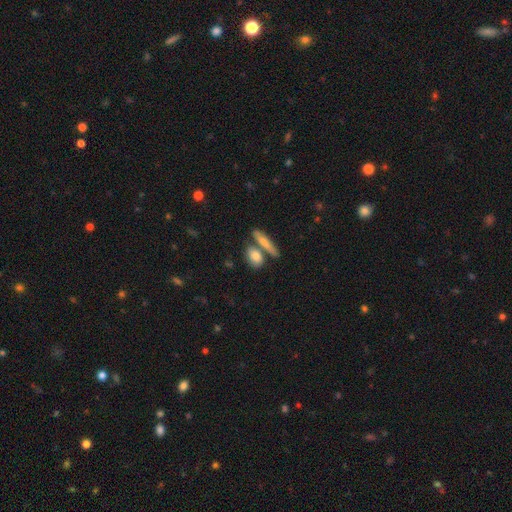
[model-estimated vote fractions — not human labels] Q: Smooth or featured?
A: smooth (76%); runner-up: featured or disk (17%)
Q: How rounded?
A: in between (61%); runner-up: cigar-shaped (24%)
Q: Merging?
A: none (56%); runner-up: merger (28%)